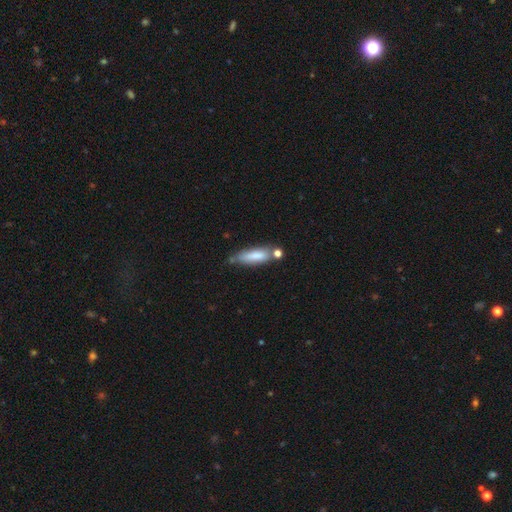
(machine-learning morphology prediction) Smooth or featured? smooth (74%)
How rounded? cigar-shaped (57%)
Merging? none (48%)